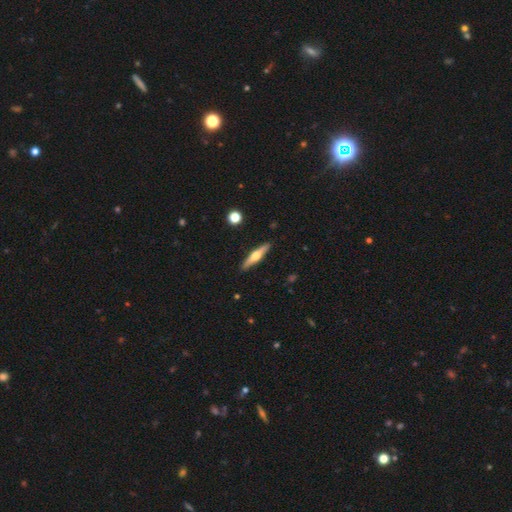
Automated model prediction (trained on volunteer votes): This is possibly a featured or disk galaxy (60%). It is clearly viewed edge-on (95%). Edge-on bulge: clearly rounded (93%). Merging: clearly none (90%).